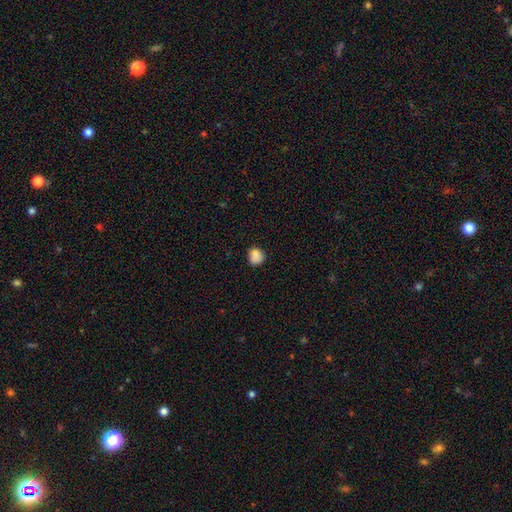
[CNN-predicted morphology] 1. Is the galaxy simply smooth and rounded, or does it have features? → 85% smooth, 10% star or artifact, 5% featured or disk.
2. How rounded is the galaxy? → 76% round, 23% in between, 1% cigar-shaped.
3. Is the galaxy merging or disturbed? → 71% none, 20% minor disturbance, 5% merger, 4% major disturbance.